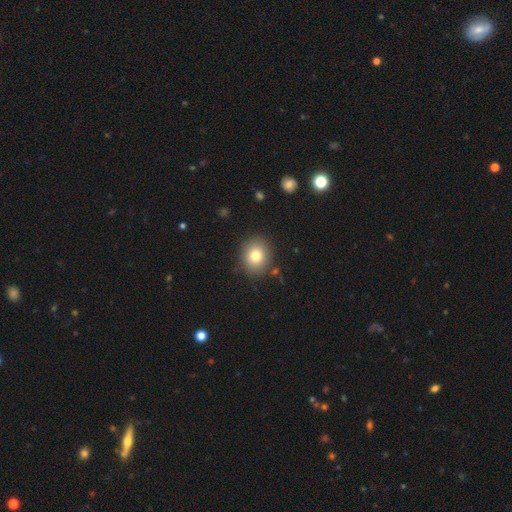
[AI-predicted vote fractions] smooth_or_featured: smooth (p=0.79) [alt: star or artifact p=0.10]
how_rounded: round (p=0.67) [alt: in between p=0.32]
merging: none (p=0.87) [alt: minor disturbance p=0.09]